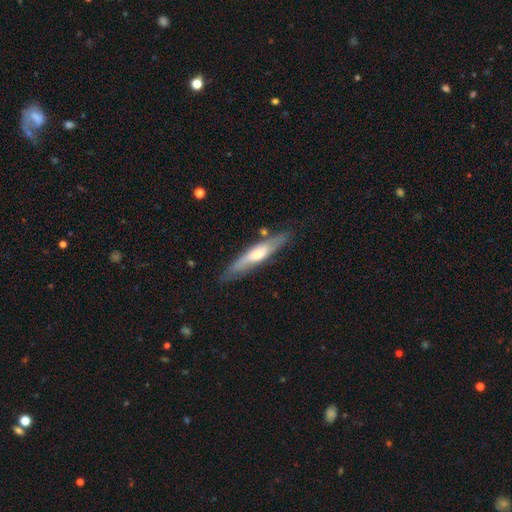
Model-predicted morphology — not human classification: Overall: featured or disk (60%; smooth 34%). Edge-on disk: yes (82%). Merging: none (78%).